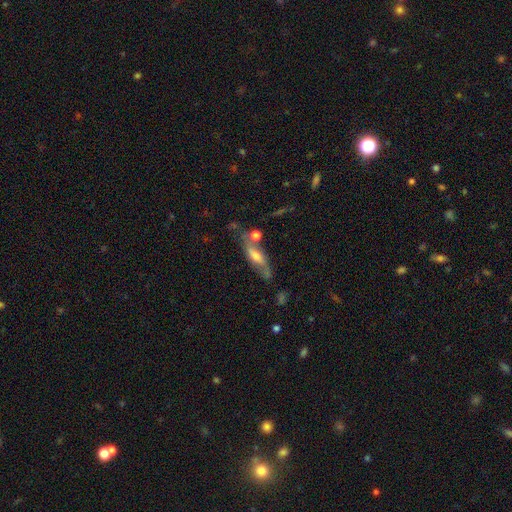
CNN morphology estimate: This appears to be a featured or disk galaxy (55%). Merging: none (56%).